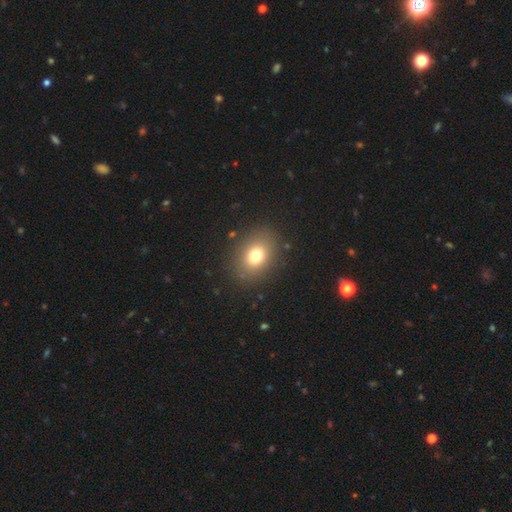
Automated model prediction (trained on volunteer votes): This is likely a smooth galaxy (76%). How rounded: possibly in between (58%). Merging: clearly none (87%).